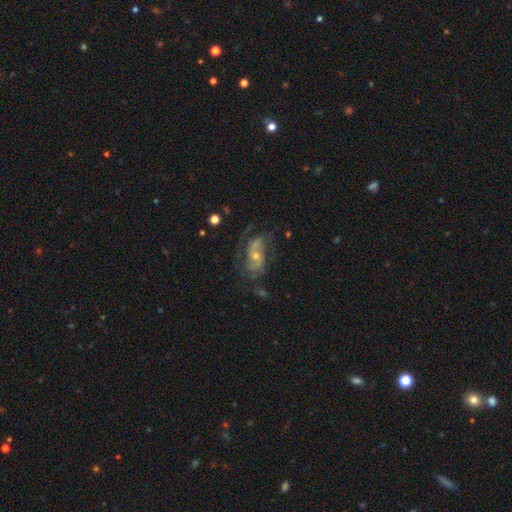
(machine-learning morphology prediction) The model was most divided on "bulge size": small: 55%, moderate: 39%, large: 2%, none: 2%, dominant: 1%. Remaining: edge-on disk — no (95%); spiral arms — yes (90%); smooth or featured — featured or disk (76%); spiral arm count — 2 (62%); merging — none (61%); bar — no (60%); spiral winding — medium (45%).